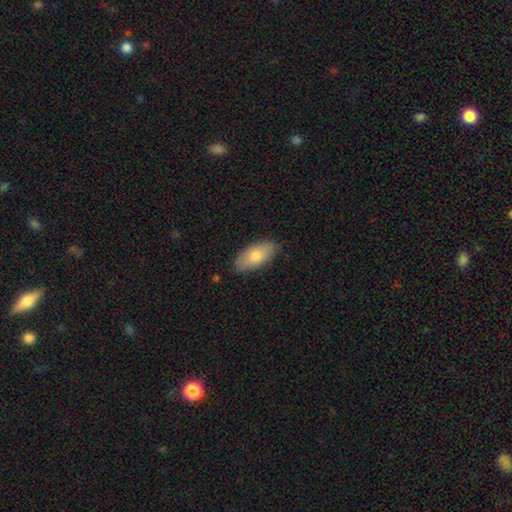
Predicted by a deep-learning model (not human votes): This is likely a smooth galaxy (78%). How rounded: clearly in between (91%). Merging: clearly none (85%).